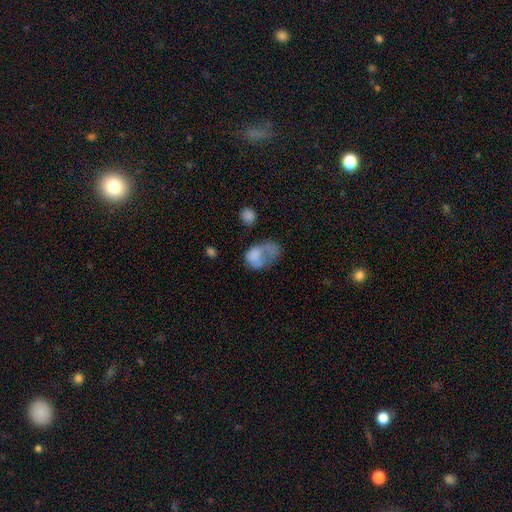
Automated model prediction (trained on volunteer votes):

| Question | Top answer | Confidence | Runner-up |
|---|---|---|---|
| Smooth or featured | smooth | 65% | featured or disk (25%) |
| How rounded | in between | 75% | round (24%) |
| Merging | major disturbance | 47% | none (18%) |